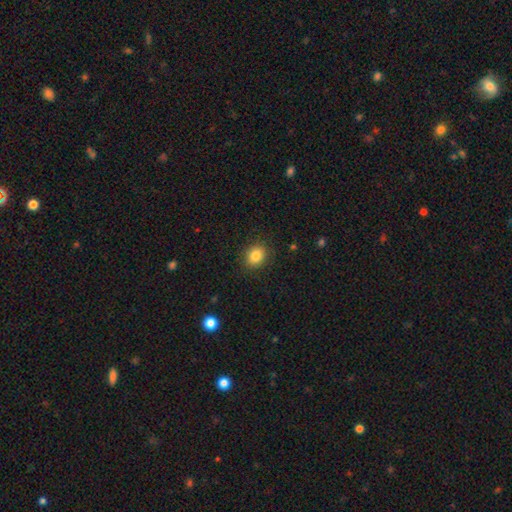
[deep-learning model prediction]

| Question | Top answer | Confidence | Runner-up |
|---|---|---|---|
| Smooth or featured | smooth | 84% | star or artifact (10%) |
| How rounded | round | 59% | in between (40%) |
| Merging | none | 88% | minor disturbance (8%) |